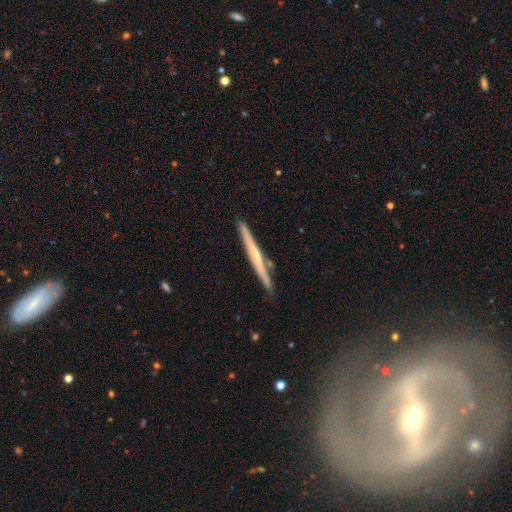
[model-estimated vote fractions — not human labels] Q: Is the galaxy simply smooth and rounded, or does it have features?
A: featured or disk — 63%.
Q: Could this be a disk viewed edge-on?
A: yes — 97%.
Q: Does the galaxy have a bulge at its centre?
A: none — 52%.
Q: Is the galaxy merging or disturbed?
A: none — 85%.